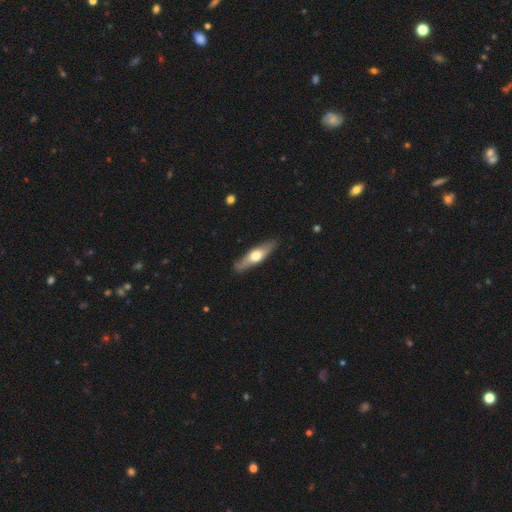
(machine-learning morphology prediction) A featured or disk galaxy (54%) viewed edge-on (90%).

Vote fractions:
- Smooth or featured? featured or disk: 54% / smooth: 41% / star or artifact: 5%
- Edge-on disk? yes: 90% / no: 10%
- Merging? none: 87% / minor disturbance: 10% / major disturbance: 2% / merger: 1%